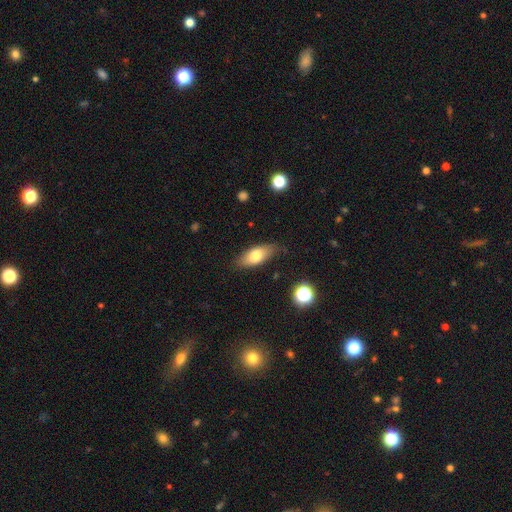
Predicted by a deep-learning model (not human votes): The model was most divided on "smooth or featured": smooth: 72%, featured or disk: 20%, star or artifact: 7%. More confident: how rounded — in between (81%); merging — none (80%).